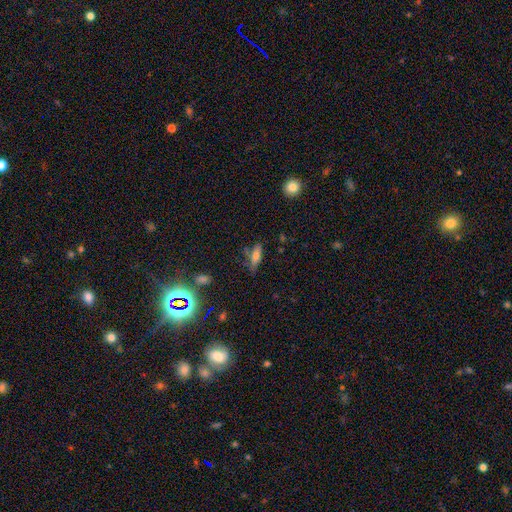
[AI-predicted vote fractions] smooth 67%, featured or disk 21%, star or artifact 12%. Down the decision tree: how rounded — in between (55%); merging — none (59%).